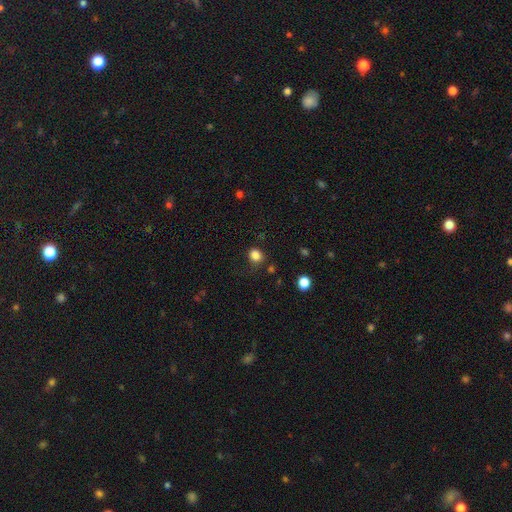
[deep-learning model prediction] Overall: smooth (83%). How rounded: round (71%). Merging: none (78%).